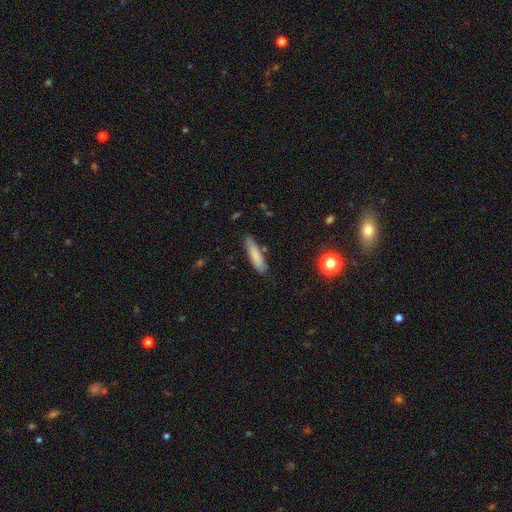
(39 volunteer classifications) A smooth galaxy with no disk features (85%) that is cigar-shaped (67%). Merging: none (58%).